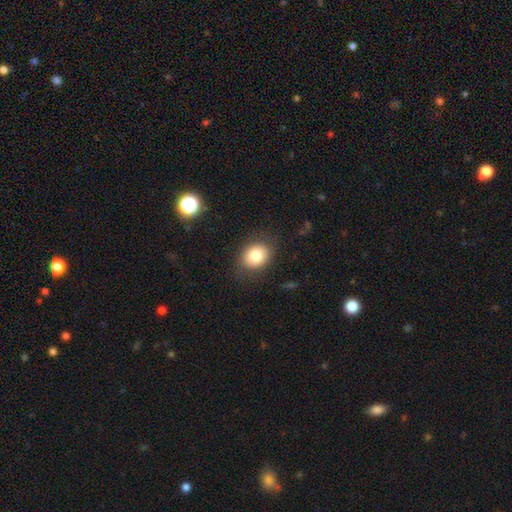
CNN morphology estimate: A smooth galaxy with no disk features (81%) that is in between round and cigar-shaped (51%).

Vote fractions:
- Smooth or featured? smooth: 81% / featured or disk: 10% / star or artifact: 9%
- How rounded? in between: 51% / round: 48% / cigar-shaped: 1%
- Merging? none: 80% / minor disturbance: 14% / major disturbance: 5% / merger: 1%